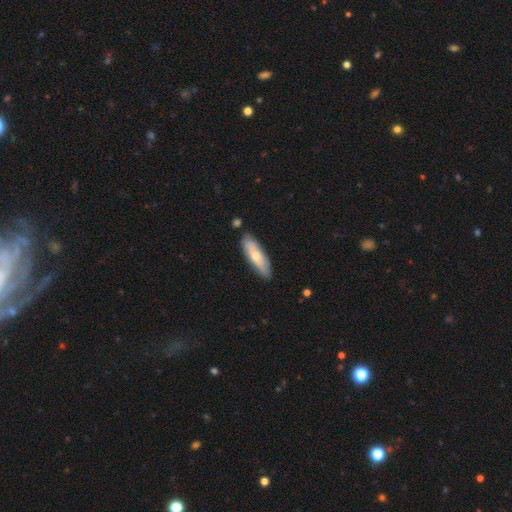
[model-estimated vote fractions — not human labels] This is possibly a smooth galaxy (58%). How rounded: possibly cigar-shaped (56%). Merging: clearly none (80%).